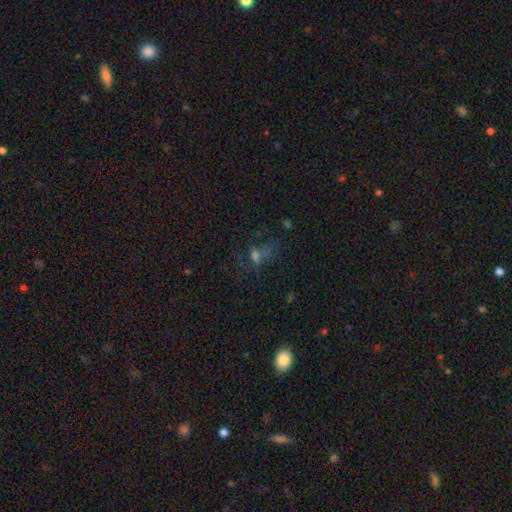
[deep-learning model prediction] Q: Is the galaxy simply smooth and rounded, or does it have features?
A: star or artifact — 46%.